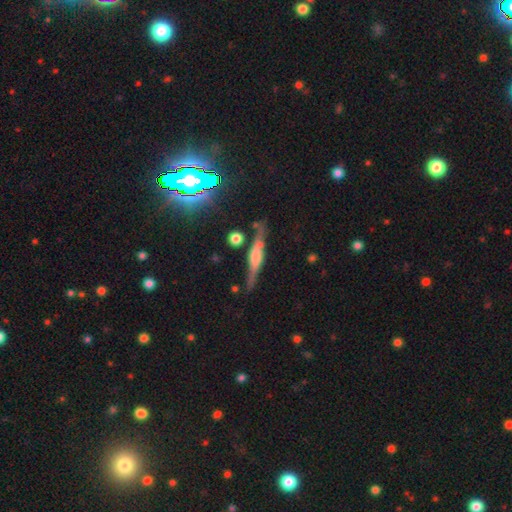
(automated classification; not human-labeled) Smooth or featured: featured or disk — 68% (smooth — 24%)
Edge-on disk: yes — 93% (no — 7%)
Edge-on bulge: rounded — 46% (boxy — 45%)
Merging: none — 73% (minor disturbance — 17%)